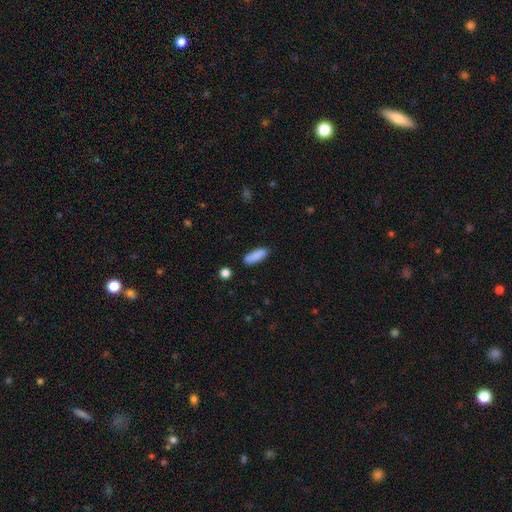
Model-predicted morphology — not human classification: The model was most divided on "how rounded": in between: 58%, cigar-shaped: 40%, round: 2%. More confident: smooth or featured — smooth (88%); merging — none (83%).